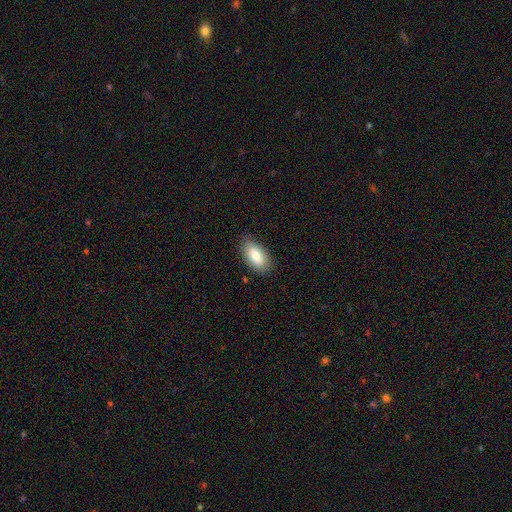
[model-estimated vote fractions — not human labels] Smooth or featured? smooth (83%)
How rounded? in between (92%)
Merging? none (81%)